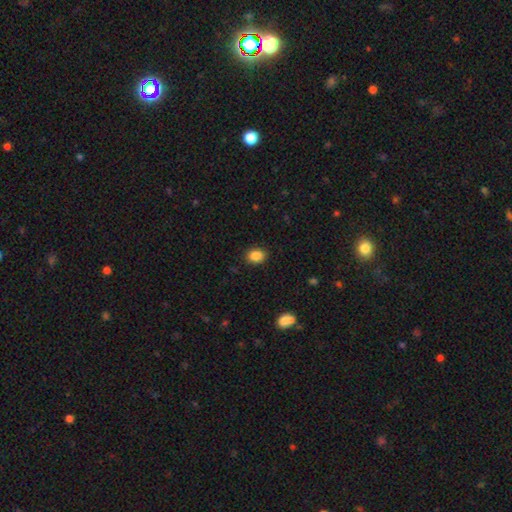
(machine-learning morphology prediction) This is clearly a smooth galaxy (86%). How rounded: possibly in between (52%). Merging: clearly none (89%).